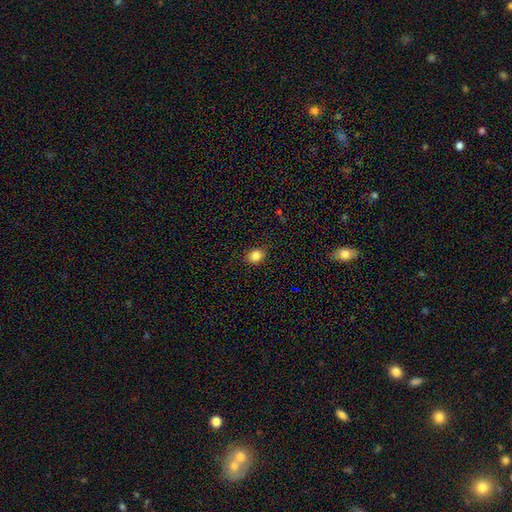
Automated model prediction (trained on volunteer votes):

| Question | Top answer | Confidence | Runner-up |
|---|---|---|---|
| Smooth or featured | smooth | 85% | star or artifact (11%) |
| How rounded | round | 54% | in between (45%) |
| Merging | none | 88% | minor disturbance (9%) |